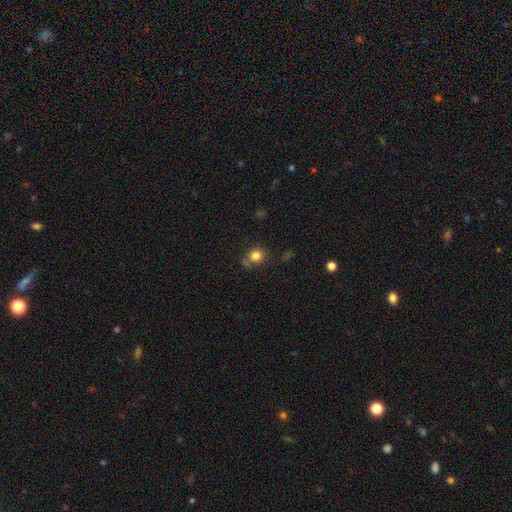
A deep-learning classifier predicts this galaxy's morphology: A smooth galaxy with no disk features (80%) that is round (79%). Merging: none (68%).